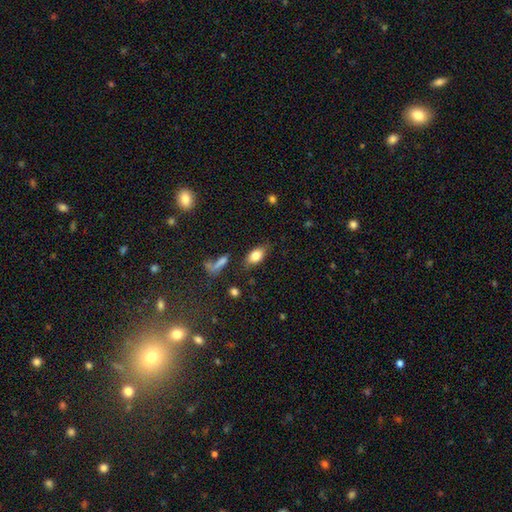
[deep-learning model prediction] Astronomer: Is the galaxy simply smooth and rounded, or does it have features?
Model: smooth — 80%.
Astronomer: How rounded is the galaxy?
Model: in between — 88%.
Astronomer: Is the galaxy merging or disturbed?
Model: none — 76%.